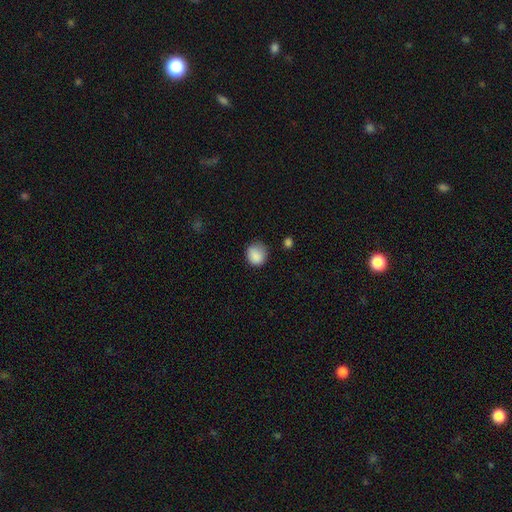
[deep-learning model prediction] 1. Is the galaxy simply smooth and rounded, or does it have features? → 87% smooth, 8% star or artifact, 5% featured or disk.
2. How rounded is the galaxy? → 78% round, 21% in between, 1% cigar-shaped.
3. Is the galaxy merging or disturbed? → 67% none, 26% minor disturbance, 5% major disturbance, 2% merger.